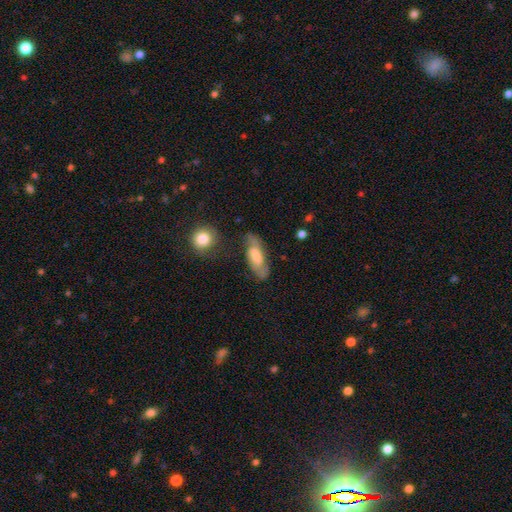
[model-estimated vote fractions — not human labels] Smooth or featured? featured or disk (49%)
Merging? none (68%)